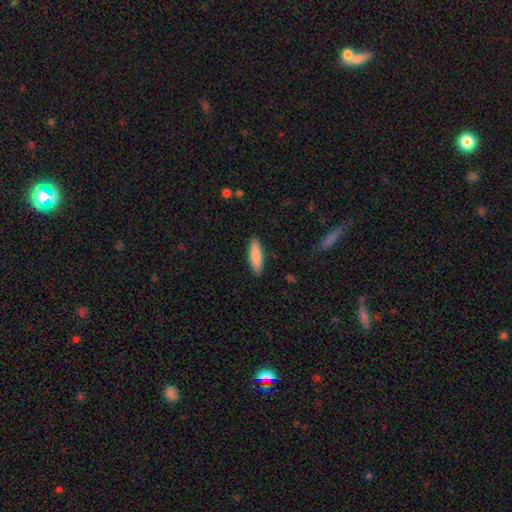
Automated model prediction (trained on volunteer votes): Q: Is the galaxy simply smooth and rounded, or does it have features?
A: smooth — 85%.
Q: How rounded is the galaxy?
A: cigar-shaped — 52%.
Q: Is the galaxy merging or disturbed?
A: none — 89%.